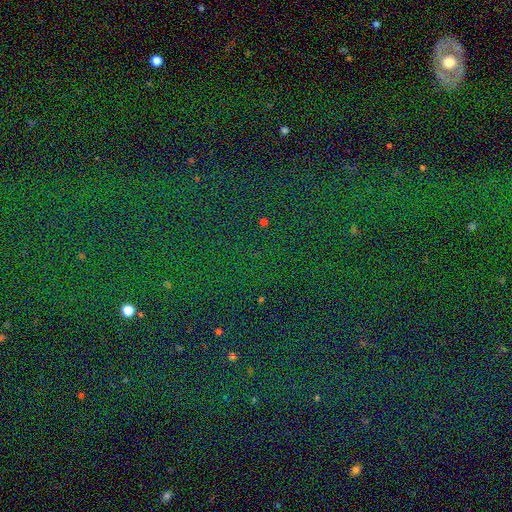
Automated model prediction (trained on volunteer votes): The model was most divided on "smooth or featured": star or artifact: 81%, smooth: 10%, featured or disk: 8%.